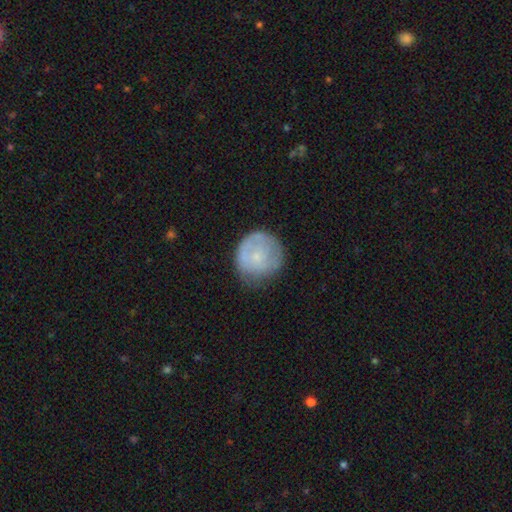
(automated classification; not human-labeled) Smooth or featured: smooth — 60% (featured or disk — 33%)
How rounded: round — 90% (in between — 9%)
Merging: none — 63% (minor disturbance — 26%)